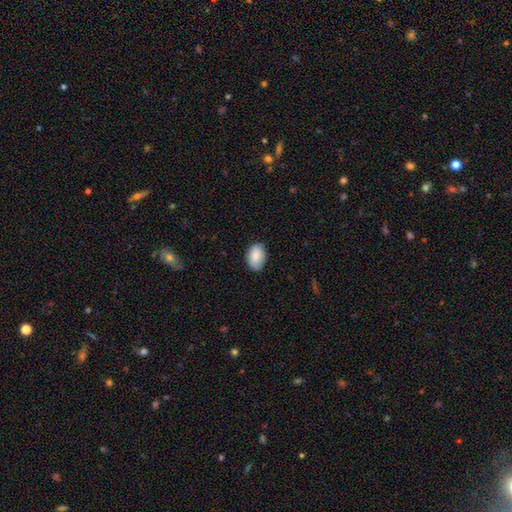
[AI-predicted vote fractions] smooth-or-featured: smooth: 86% | featured or disk: 7% | star or artifact: 7%
  how-rounded: in between: 88% | round: 11% | cigar-shaped: 1%
  merging: none: 81% | minor disturbance: 16% | major disturbance: 3% | merger: 1%